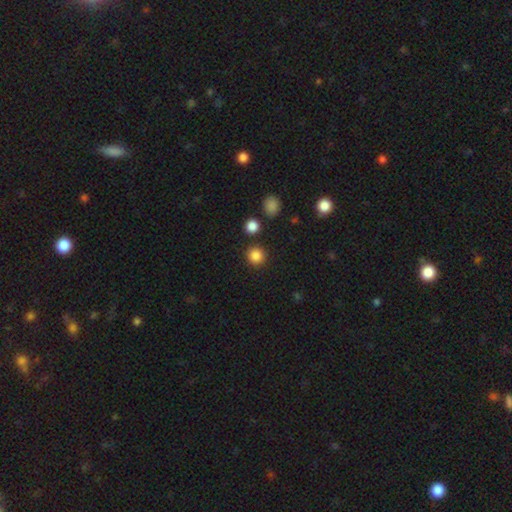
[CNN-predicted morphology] Smooth or featured?
  - smooth: 85% *
  - star or artifact: 11%
  - featured or disk: 3%
How rounded?
  - round: 94% *
  - in between: 6%
  - cigar-shaped: 1%
Merging?
  - none: 88% *
  - minor disturbance: 6%
  - merger: 4%
  - major disturbance: 2%